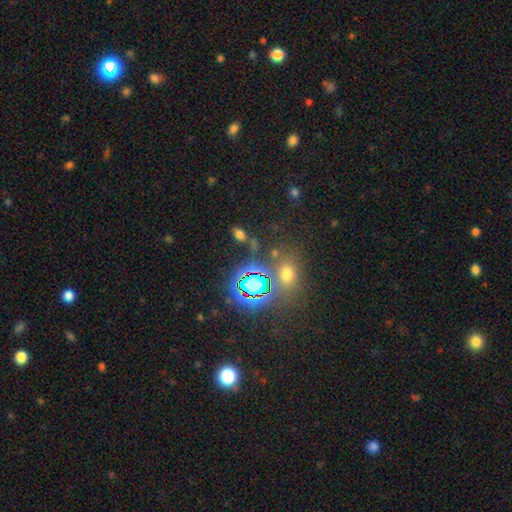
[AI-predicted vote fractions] A star or artifact, not a galaxy (73%).

Vote fractions:
- Smooth or featured? star or artifact: 73% / smooth: 20% / featured or disk: 7%